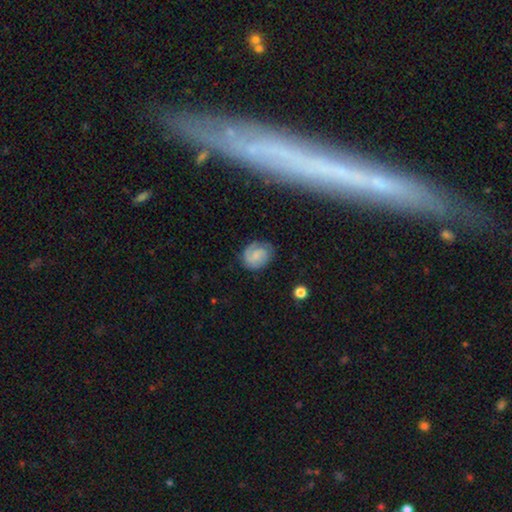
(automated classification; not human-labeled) Overall: featured or disk (61%; smooth 31%). Edge-on disk: no (98%). Bar: no (47%; weak 45%). Spiral arms: yes (93%). Spiral arm count: 2 (71%). Spiral winding: tight (45%; medium 41%). Bulge size: small (48%; none 30%). Merging: none (76%).